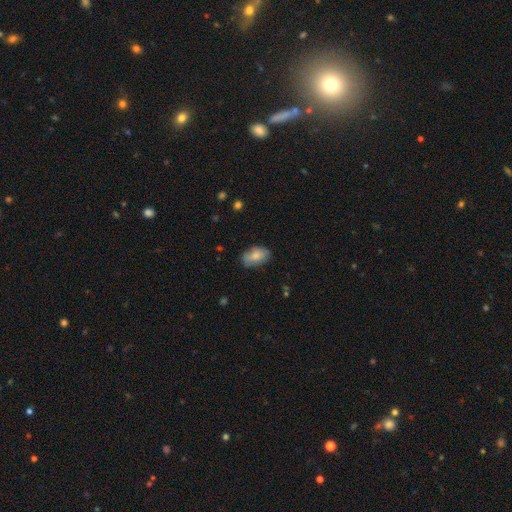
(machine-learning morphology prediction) smooth 79%, featured or disk 15%, star or artifact 7%. Down the decision tree: how rounded — in between (91%); merging — none (75%).